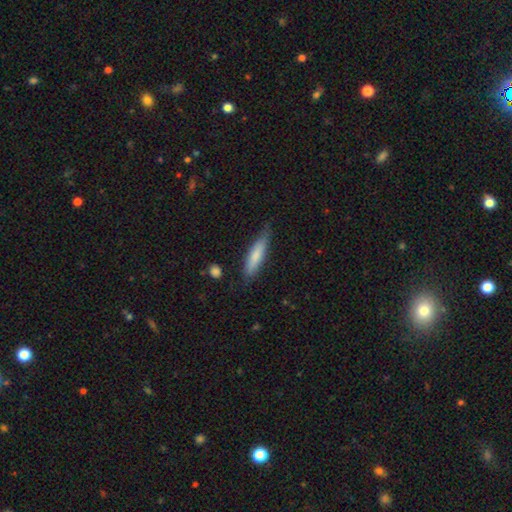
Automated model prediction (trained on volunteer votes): Overall: smooth (74%). How rounded: cigar-shaped (77%). Merging: none (74%).